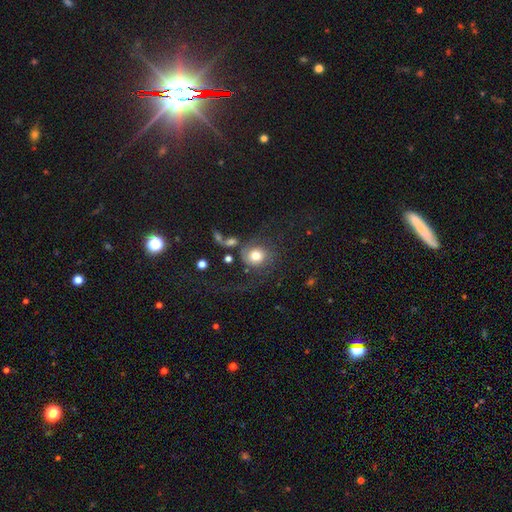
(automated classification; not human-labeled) This appears to be a smooth galaxy with no disk features (61%) that is round (82%). Merging: none (44%).